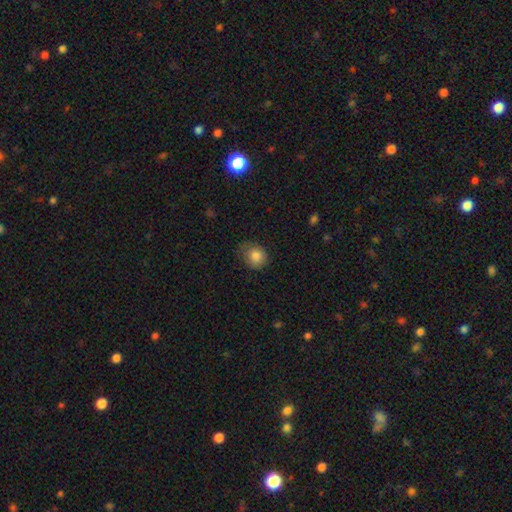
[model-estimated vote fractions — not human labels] Smooth or featured? Predicted: smooth (p=0.84). How rounded? Predicted: round (p=0.69). Merging? Predicted: none (p=0.65).